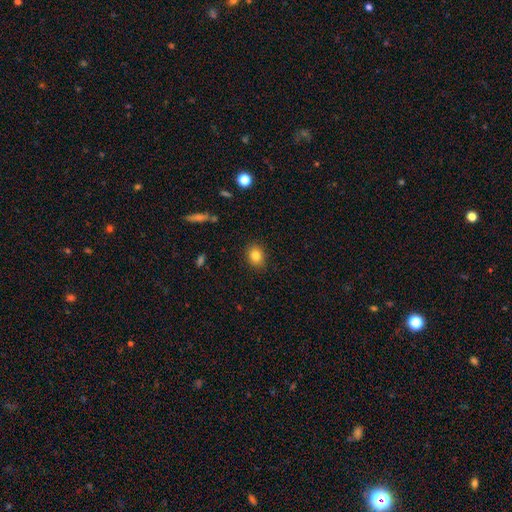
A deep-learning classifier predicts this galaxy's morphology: Smooth or featured? smooth (82%)
How rounded? round (51%)
Merging? none (87%)